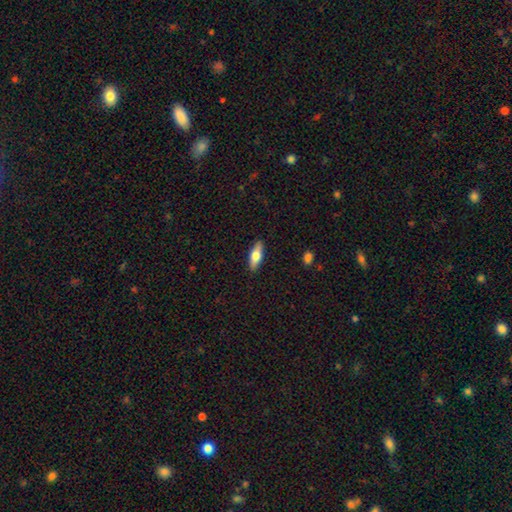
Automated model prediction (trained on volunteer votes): smooth 65%, featured or disk 29%, star or artifact 6%. Down the decision tree: how rounded — in between (62%); merging — none (89%).